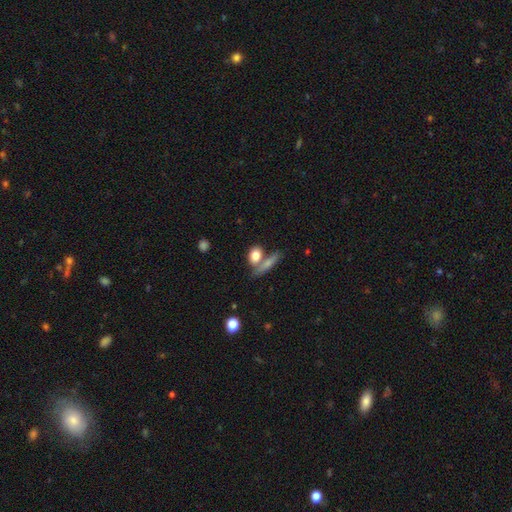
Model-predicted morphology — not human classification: Smooth or featured? smooth (80%)
How rounded? in between (60%)
Merging? none (50%)